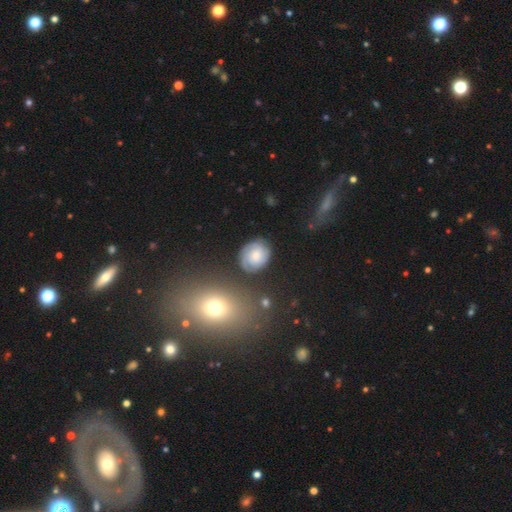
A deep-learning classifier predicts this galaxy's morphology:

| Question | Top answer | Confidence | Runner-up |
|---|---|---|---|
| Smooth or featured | featured or disk | 49% | smooth (43%) |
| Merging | none | 74% | minor disturbance (17%) |